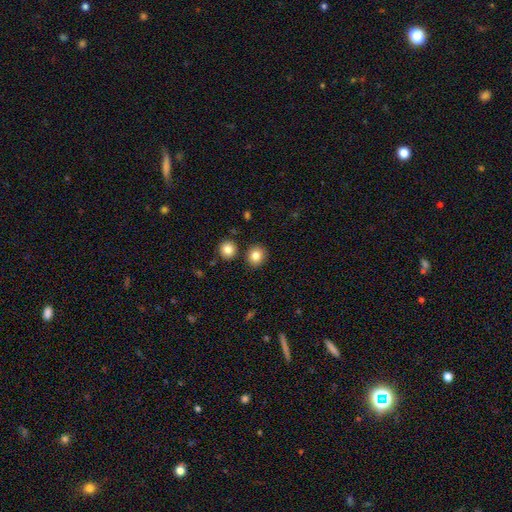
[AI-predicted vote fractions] A smooth galaxy with no disk features (83%) that is round (84%).

Vote fractions:
- Smooth or featured? smooth: 83% / star or artifact: 10% / featured or disk: 7%
- How rounded? round: 84% / in between: 16% / cigar-shaped: 1%
- Merging? none: 85% / minor disturbance: 7% / merger: 5% / major disturbance: 2%